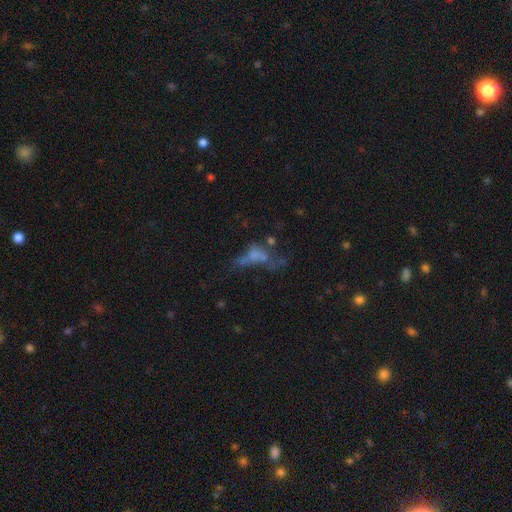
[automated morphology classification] A smooth galaxy with no disk features (41%).

Vote fractions:
- Smooth or featured? smooth: 41% / featured or disk: 38% / star or artifact: 21%
- Merging? major disturbance: 33% / merger: 32% / none: 23% / minor disturbance: 12%